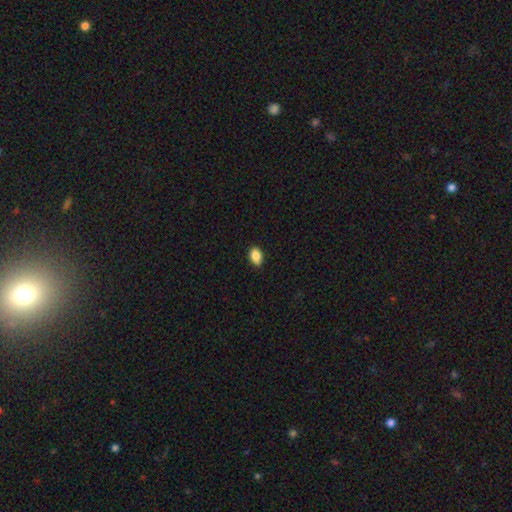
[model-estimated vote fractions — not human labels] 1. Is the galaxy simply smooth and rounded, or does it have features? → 88% smooth, 8% star or artifact, 4% featured or disk.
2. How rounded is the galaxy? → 86% in between, 12% round, 2% cigar-shaped.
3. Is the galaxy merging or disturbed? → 84% none, 13% minor disturbance, 2% major disturbance, 1% merger.